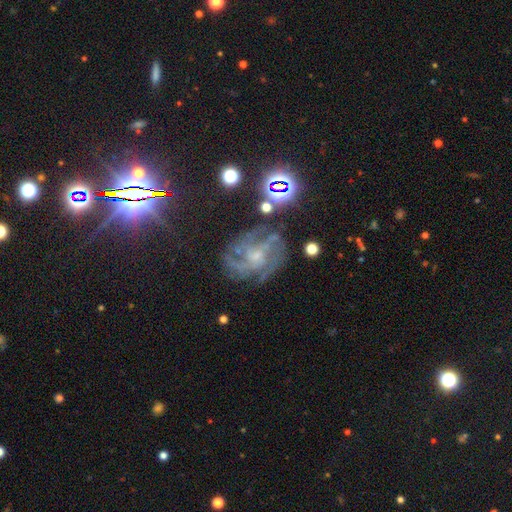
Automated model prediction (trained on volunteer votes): Smooth or featured? Predicted: featured or disk (p=0.74). Edge-on disk? Predicted: no (p=0.97). Bar? Predicted: no (p=0.61). Spiral arms? Predicted: yes (p=0.93). Spiral winding? Predicted: medium (p=0.45). Spiral arm count? Predicted: can't tell (p=0.27). Bulge size? Predicted: small (p=0.59). Merging? Predicted: none (p=0.64).